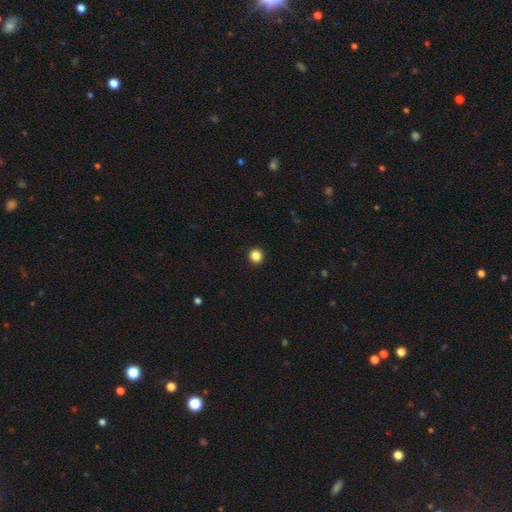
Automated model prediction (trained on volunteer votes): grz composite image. It shows a smooth galaxy with no disk features (86%) that is round (92%). Merging: none (94%).